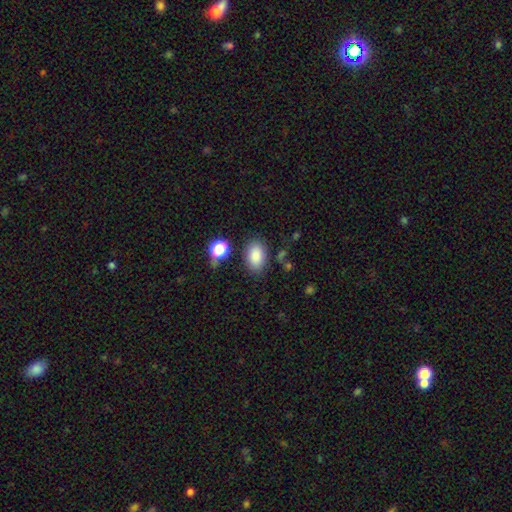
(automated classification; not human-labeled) The model was most divided on "merging": none: 79%, minor disturbance: 13%, major disturbance: 4%, merger: 4%. More confident: how rounded — in between (87%); smooth or featured — smooth (85%).